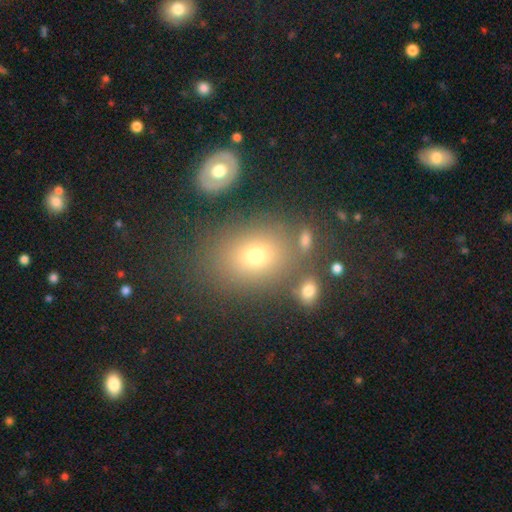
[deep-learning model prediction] A smooth galaxy with no disk features (65%) that is in between round and cigar-shaped (62%). Merging: none (73%).